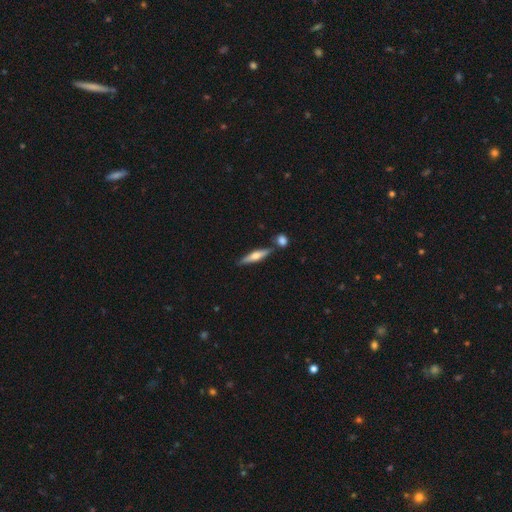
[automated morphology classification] smooth-or-featured: featured or disk: 52% | smooth: 42% | star or artifact: 6%
  disk-edge-on: yes: 95% | no: 5%
  merging: none: 77% | merger: 11% | minor disturbance: 10% | major disturbance: 2%